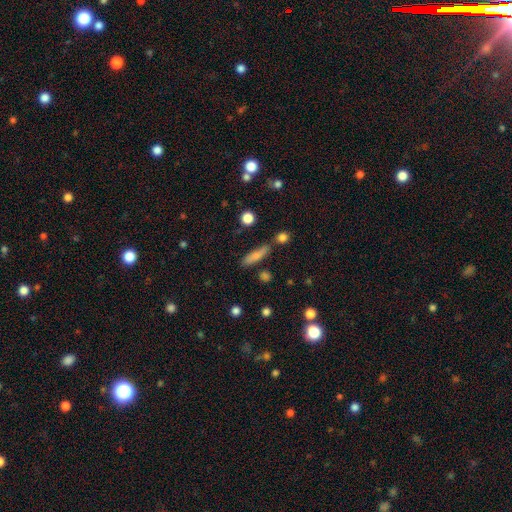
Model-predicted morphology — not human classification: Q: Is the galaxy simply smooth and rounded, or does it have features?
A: smooth — 74%.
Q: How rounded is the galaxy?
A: cigar-shaped — 74%.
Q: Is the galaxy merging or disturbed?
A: none — 71%.